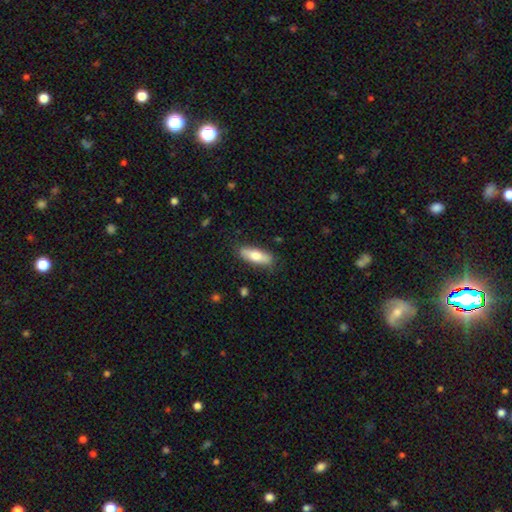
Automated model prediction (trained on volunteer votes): Smooth or featured? Predicted: smooth (p=0.74). How rounded? Predicted: in between (p=0.62). Merging? Predicted: none (p=0.83).